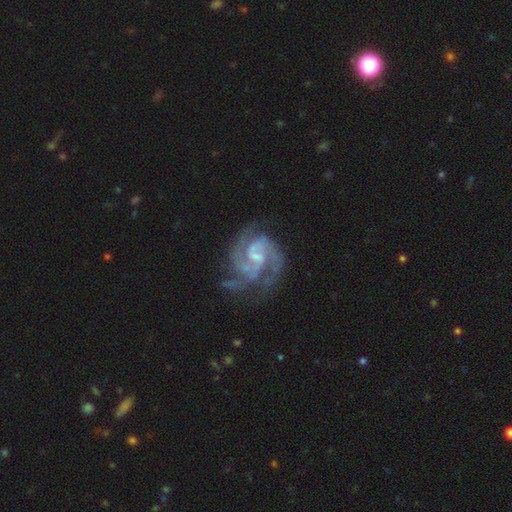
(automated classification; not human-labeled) This appears to be a featured or disk galaxy (91%) with a weak bar (56%), 2 (38%) medium (53%) spiral arms (98%) and a small central bulge (50%). Merging: none (62%).